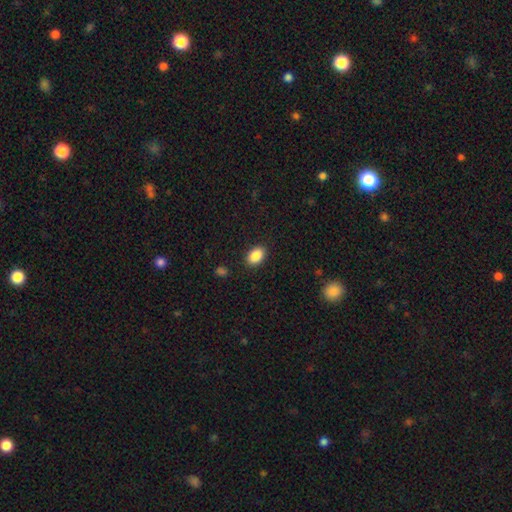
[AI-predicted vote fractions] A smooth galaxy with no disk features (88%) that is in between round and cigar-shaped (84%).

Vote fractions:
- Smooth or featured? smooth: 88% / star or artifact: 8% / featured or disk: 4%
- How rounded? in between: 84% / round: 15% / cigar-shaped: 1%
- Merging? none: 88% / minor disturbance: 8% / major disturbance: 2% / merger: 1%